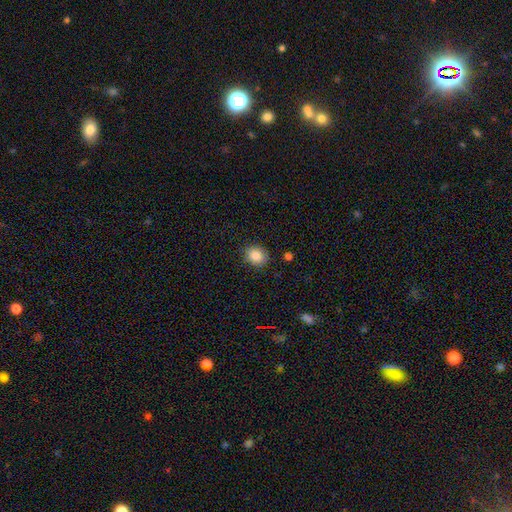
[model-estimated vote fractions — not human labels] Overall: smooth (86%). How rounded: round (70%). Merging: none (85%).